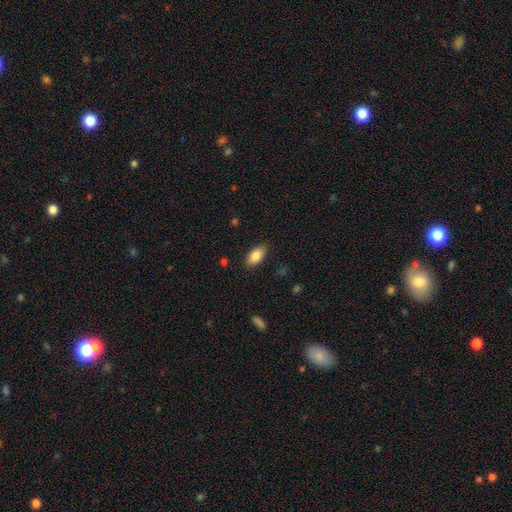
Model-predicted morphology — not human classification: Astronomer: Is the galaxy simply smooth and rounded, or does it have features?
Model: smooth — 85%.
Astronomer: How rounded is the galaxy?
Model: in between — 91%.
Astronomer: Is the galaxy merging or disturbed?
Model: none — 86%.